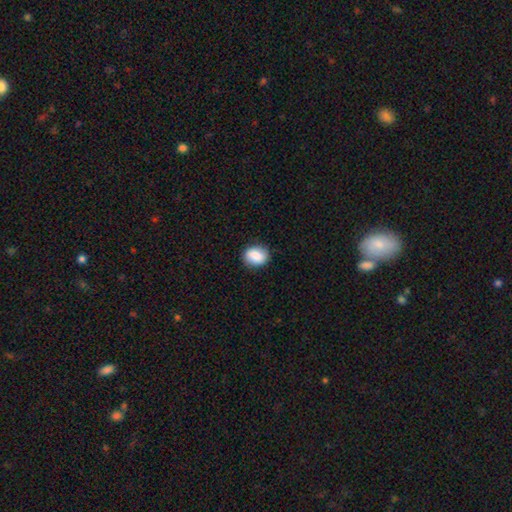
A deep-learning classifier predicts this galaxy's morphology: A smooth galaxy with no disk features (84%) that is round (49%, tied with in between).

Vote fractions:
- Smooth or featured? smooth: 84% / featured or disk: 8% / star or artifact: 8%
- How rounded? round: 49% (tied) / in between: 49% (tied) / cigar-shaped: 1%
- Merging? none: 85% / minor disturbance: 12% / major disturbance: 3% / merger: 1%